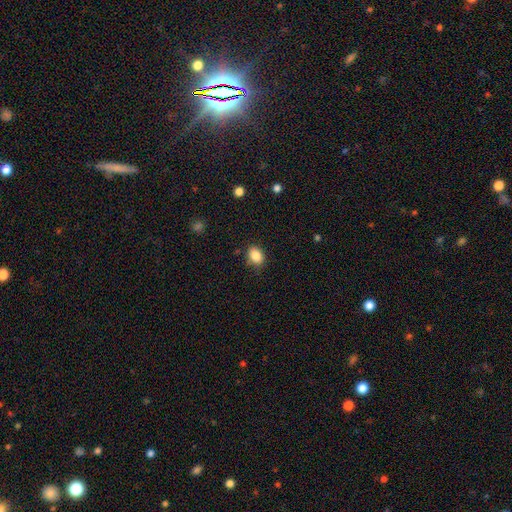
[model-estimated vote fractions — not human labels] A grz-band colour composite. It shows a smooth galaxy with no disk features (86%) that is in between round and cigar-shaped (71%). Merging: none (81%).